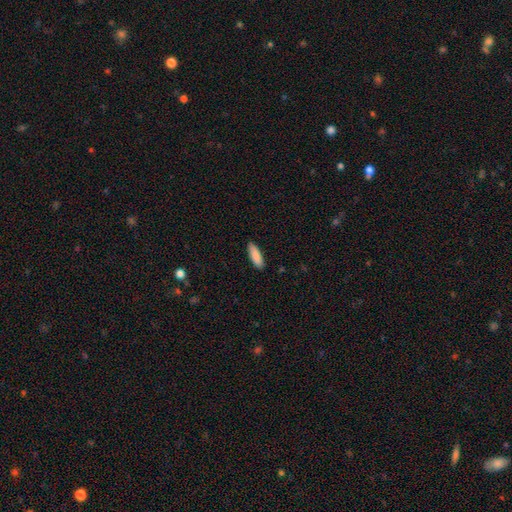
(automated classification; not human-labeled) smooth 89%, star or artifact 6%, featured or disk 6%. Down the decision tree: how rounded — in between (51%); merging — none (89%).